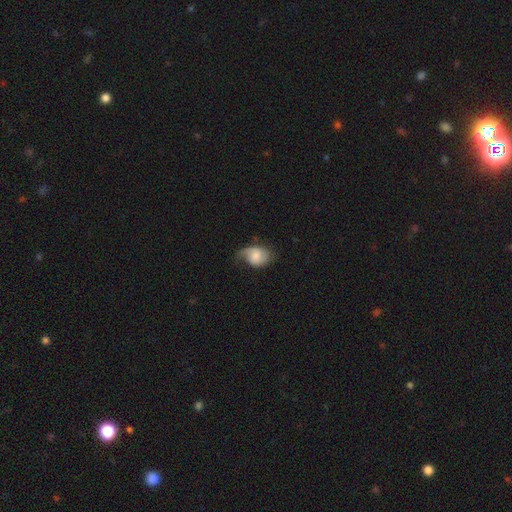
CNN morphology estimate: The model was most divided on "bulge size": moderate: 34%, small: 31%, none: 19%, large: 13%, dominant: 3%. Remaining: edge-on disk — no (97%); spiral arms — yes (90%); smooth or featured — featured or disk (57%); bar — no (54%); merging — none (44%).